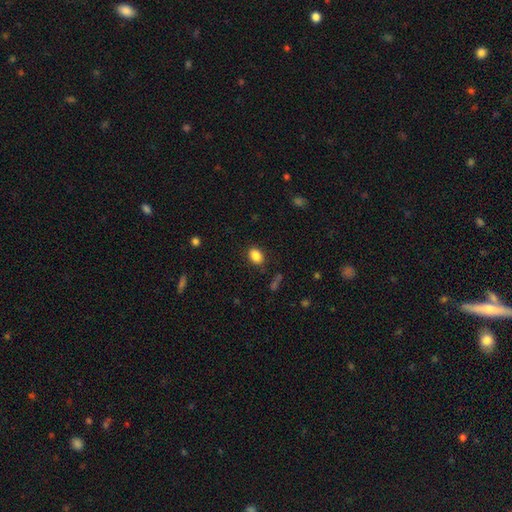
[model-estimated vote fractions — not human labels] smooth 87%, star or artifact 9%, featured or disk 4%. Down the decision tree: how rounded — in between (79%); merging — none (85%).